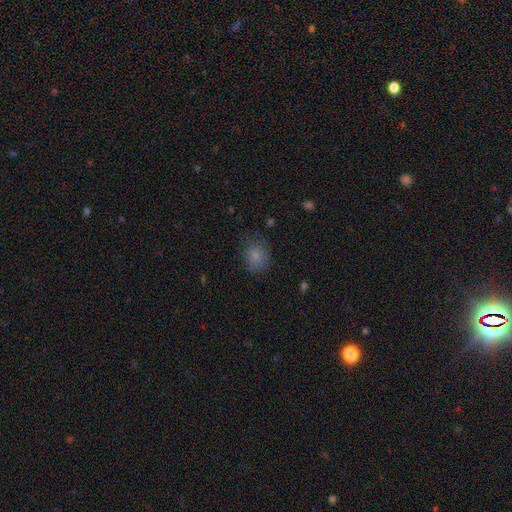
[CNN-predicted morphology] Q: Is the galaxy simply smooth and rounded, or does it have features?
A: smooth — 80%.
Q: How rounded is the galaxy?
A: round — 51%.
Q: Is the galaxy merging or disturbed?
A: none — 70%.